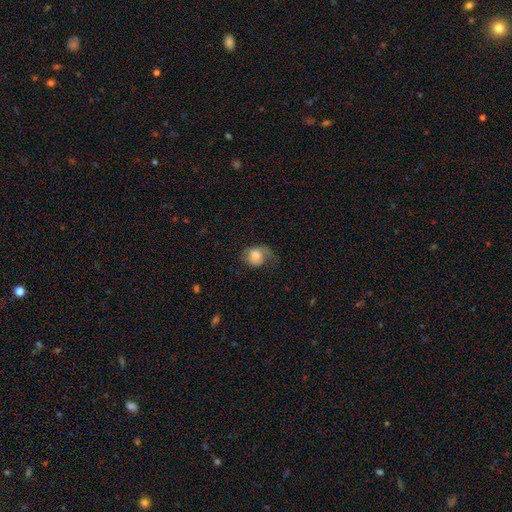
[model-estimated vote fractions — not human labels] smooth-or-featured: smooth: 73% | featured or disk: 19% | star or artifact: 8%
  how-rounded: round: 55% | in between: 44% | cigar-shaped: 1%
  merging: none: 42% | minor disturbance: 31% | major disturbance: 26% | merger: 2%